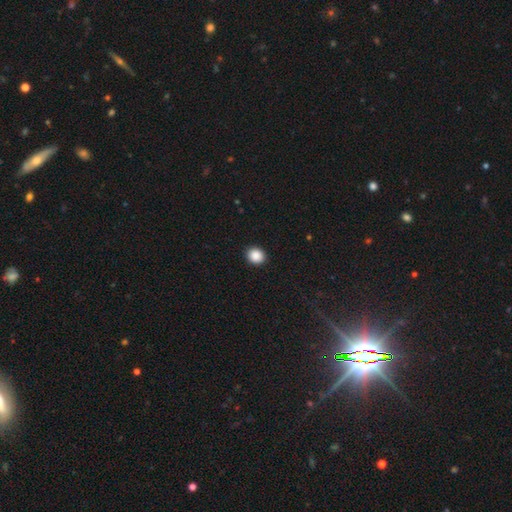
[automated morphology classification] This appears to be a smooth galaxy with no disk features (89%) that is round (75%). Merging: none (92%).